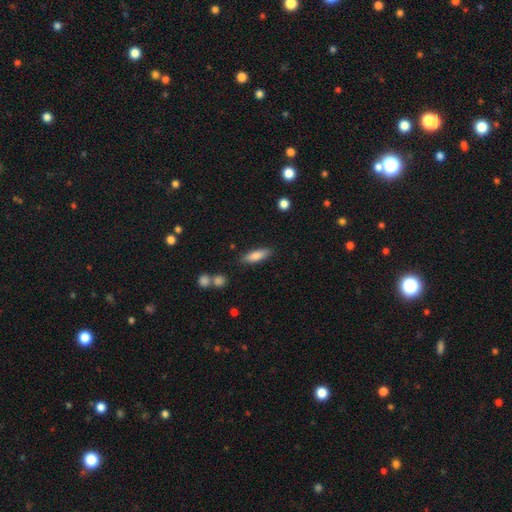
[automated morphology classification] smooth_or_featured: smooth (p=0.79) [alt: featured or disk p=0.14]
how_rounded: in between (p=0.50) [alt: cigar-shaped p=0.48]
merging: none (p=0.83) [alt: minor disturbance p=0.11]